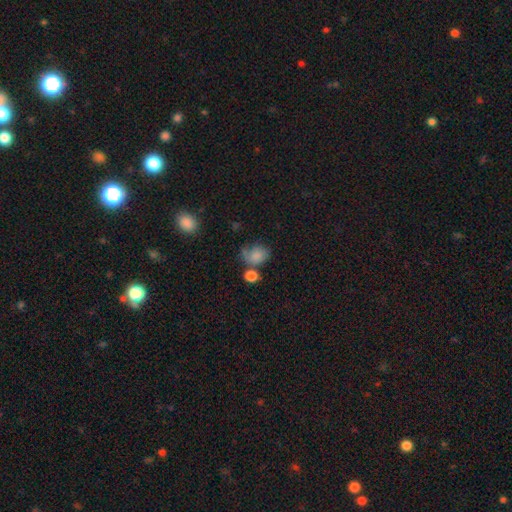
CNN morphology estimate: smooth 74%, featured or disk 15%, star or artifact 11%. Down the decision tree: how rounded — in between (51%); merging — none (37%).